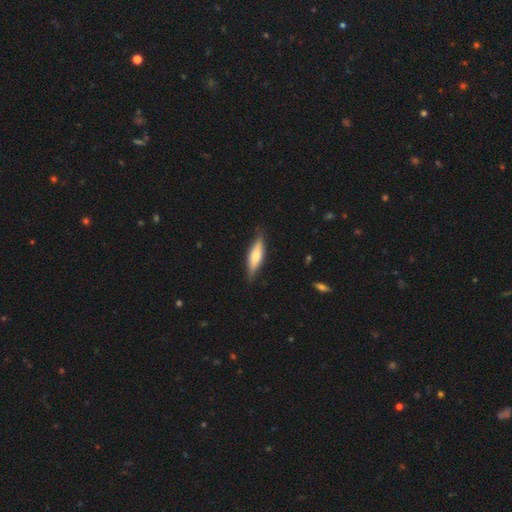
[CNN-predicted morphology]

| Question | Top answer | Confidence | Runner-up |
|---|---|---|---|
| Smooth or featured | smooth | 60% | featured or disk (34%) |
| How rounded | cigar-shaped | 66% | in between (32%) |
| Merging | none | 84% | minor disturbance (13%) |